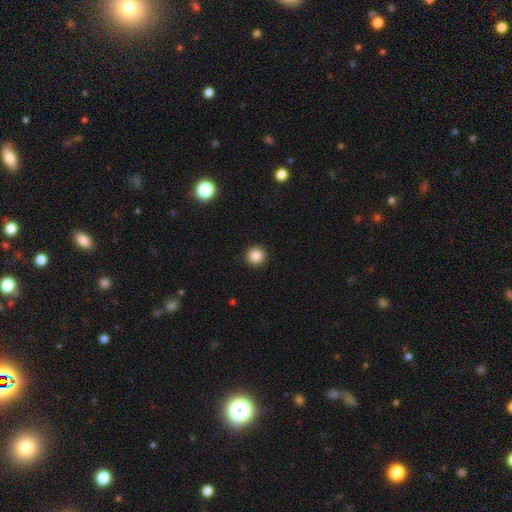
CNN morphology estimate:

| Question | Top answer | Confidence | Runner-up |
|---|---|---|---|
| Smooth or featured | smooth | 86% | star or artifact (10%) |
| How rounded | round | 96% | in between (3%) |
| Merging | none | 93% | minor disturbance (5%) |